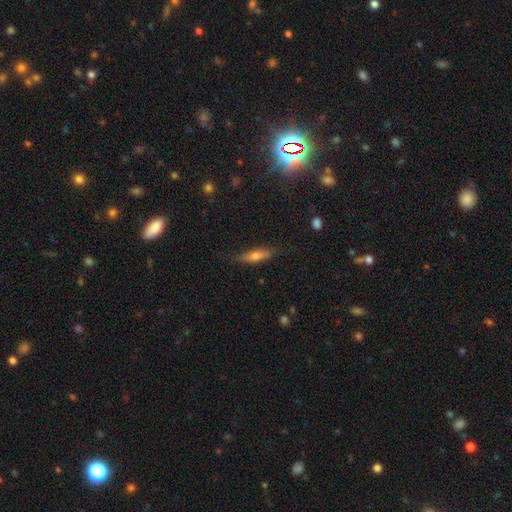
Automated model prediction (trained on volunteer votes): smooth_or_featured: smooth (p=0.49) [alt: featured or disk p=0.42]
merging: none (p=0.83) [alt: minor disturbance p=0.13]